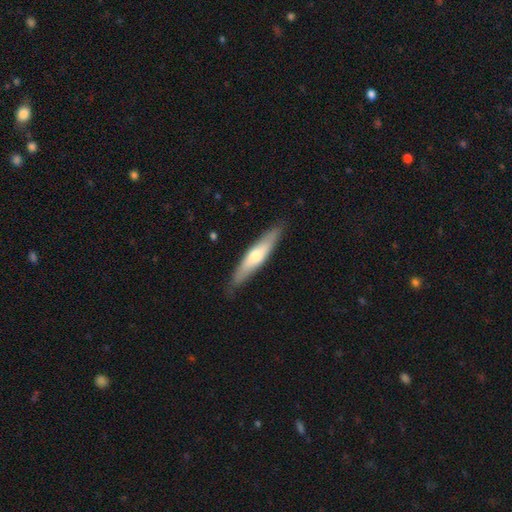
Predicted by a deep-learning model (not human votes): smooth_or_featured: smooth (p=0.53) [alt: featured or disk p=0.42]
how_rounded: cigar-shaped (p=0.82) [alt: in between p=0.17]
merging: none (p=0.86) [alt: minor disturbance p=0.11]